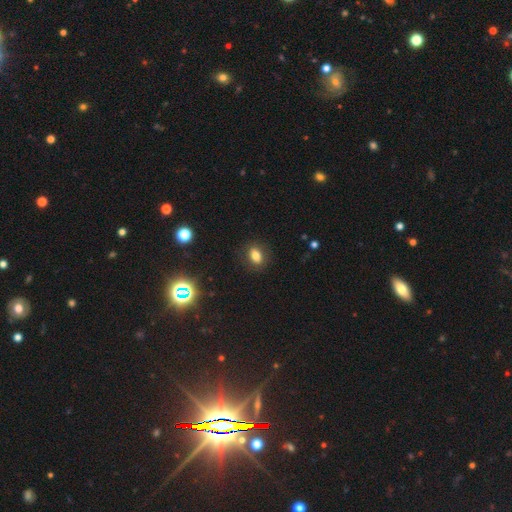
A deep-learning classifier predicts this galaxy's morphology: Overall: smooth (79%). How rounded: in between (74%). Merging: none (85%).